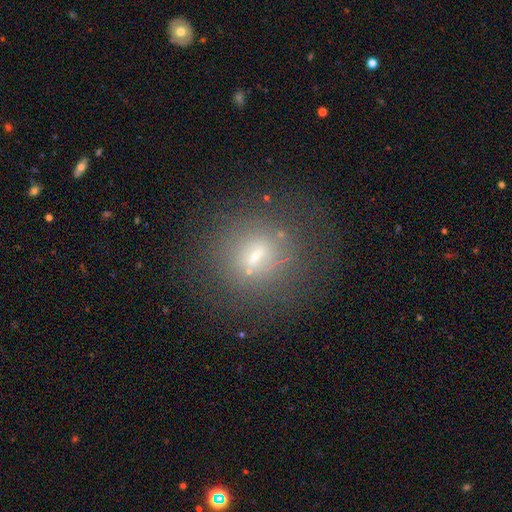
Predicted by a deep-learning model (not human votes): The model was most divided on "smooth or featured": smooth: 43%, featured or disk: 39%, star or artifact: 18%. More confident: merging — none (74%).